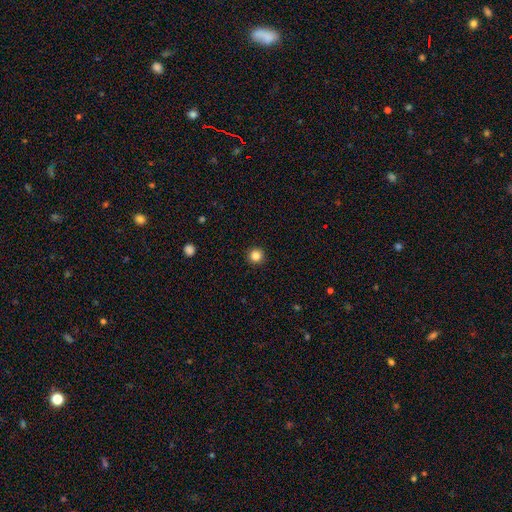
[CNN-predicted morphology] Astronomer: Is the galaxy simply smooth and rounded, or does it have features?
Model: smooth — 85%.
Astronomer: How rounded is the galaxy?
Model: round — 96%.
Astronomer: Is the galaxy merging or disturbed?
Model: none — 93%.